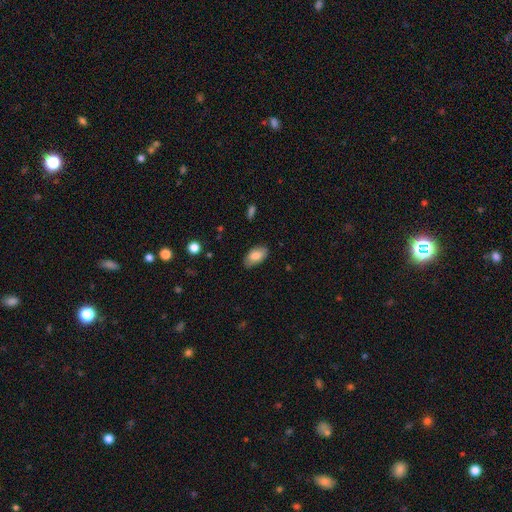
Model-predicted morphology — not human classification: Smooth or featured: smooth — 82% (featured or disk — 12%)
How rounded: in between — 94% (round — 4%)
Merging: none — 81% (minor disturbance — 15%)